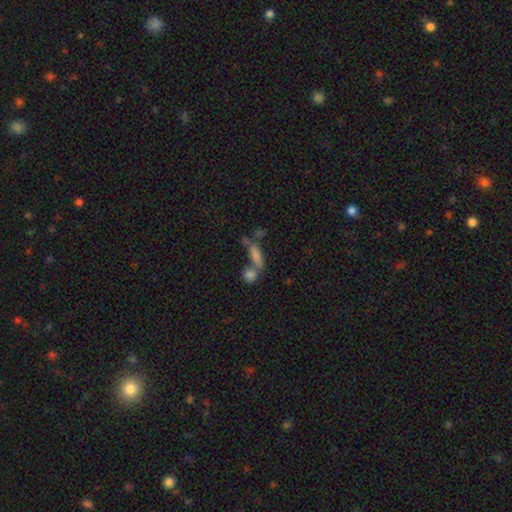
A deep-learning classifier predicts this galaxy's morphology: smooth_or_featured: smooth (p=0.66) [alt: featured or disk p=0.19]
how_rounded: in between (p=0.47) [alt: cigar-shaped p=0.45]
merging: merger (p=0.45) [alt: none p=0.37]